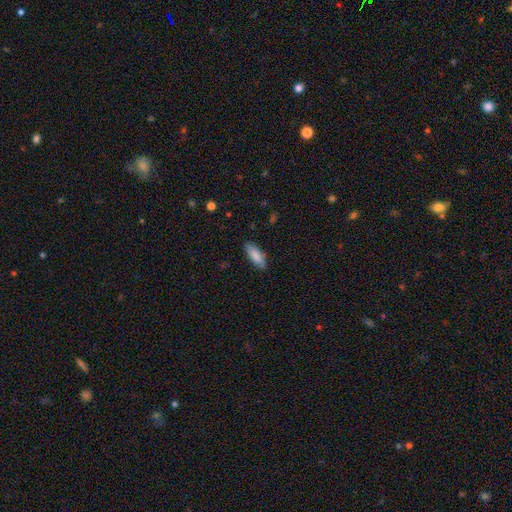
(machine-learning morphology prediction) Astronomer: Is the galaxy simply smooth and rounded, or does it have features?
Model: smooth — 87%.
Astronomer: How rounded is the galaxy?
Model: in between — 70%.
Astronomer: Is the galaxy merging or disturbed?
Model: none — 85%.